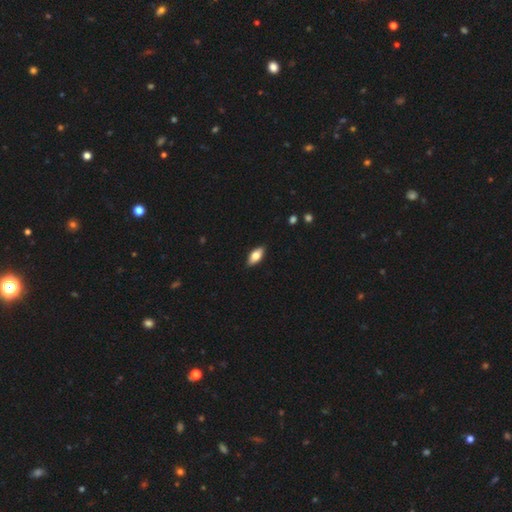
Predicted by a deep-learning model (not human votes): Q: Smooth or featured?
A: smooth (73%); runner-up: featured or disk (20%)
Q: How rounded?
A: in between (87%); runner-up: cigar-shaped (10%)
Q: Merging?
A: none (89%); runner-up: minor disturbance (9%)